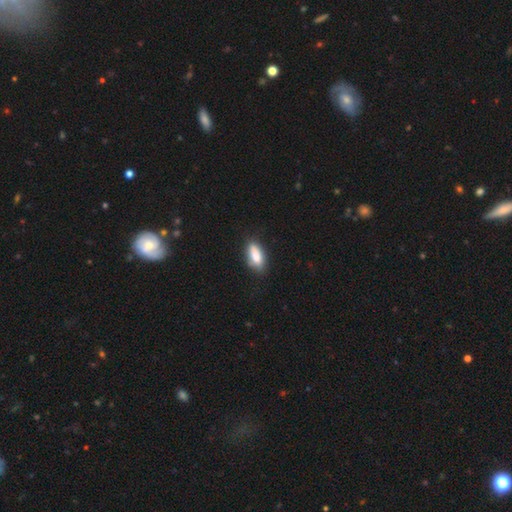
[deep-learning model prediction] smooth_or_featured: smooth (p=0.81) [alt: featured or disk p=0.12]
how_rounded: in between (p=0.78) [alt: cigar-shaped p=0.19]
merging: none (p=0.76) [alt: minor disturbance p=0.18]